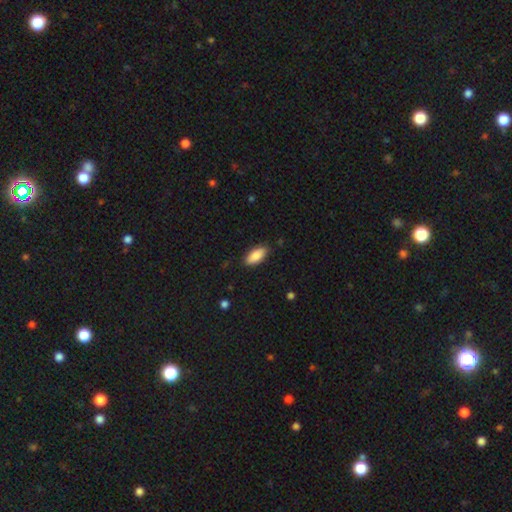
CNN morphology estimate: Smooth or featured?
  - smooth: 85% *
  - featured or disk: 9%
  - star or artifact: 6%
How rounded?
  - in between: 88% *
  - cigar-shaped: 10%
  - round: 2%
Merging?
  - none: 86% *
  - minor disturbance: 11%
  - major disturbance: 2%
  - merger: 1%